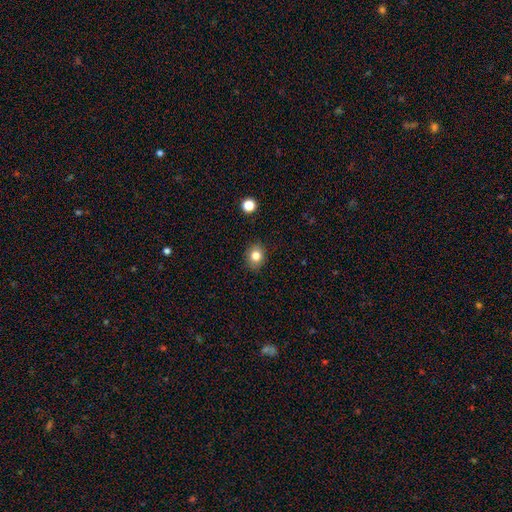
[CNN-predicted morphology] This is clearly a smooth galaxy (81%). How rounded: possibly round (57%). Merging: clearly none (88%).